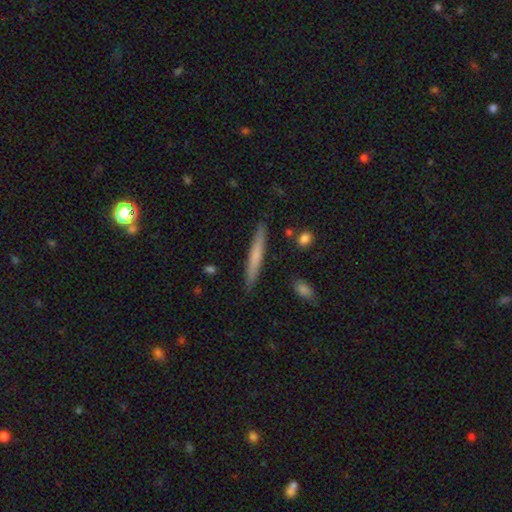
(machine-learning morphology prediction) smooth_or_featured: smooth (p=0.62) [alt: featured or disk p=0.33]
how_rounded: cigar-shaped (p=0.96) [alt: in between p=0.03]
merging: none (p=0.89) [alt: minor disturbance p=0.07]